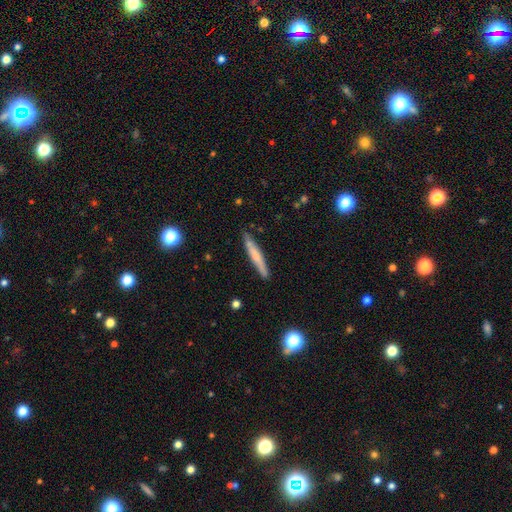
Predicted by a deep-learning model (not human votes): The model was most divided on "smooth or featured": smooth: 58%, featured or disk: 36%, star or artifact: 6%. More confident: how rounded — cigar-shaped (95%); merging — none (86%).